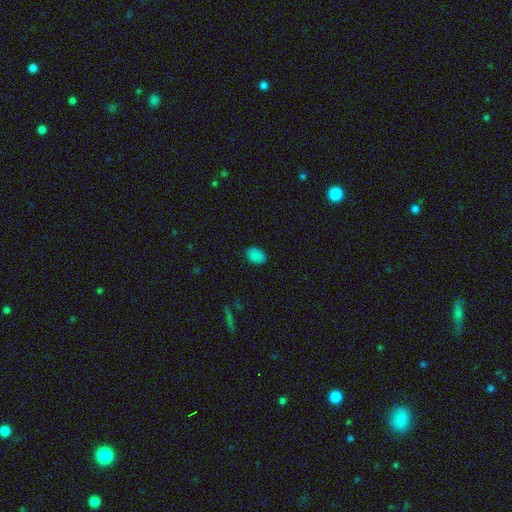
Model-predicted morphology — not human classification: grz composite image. It shows a smooth galaxy with no disk features (83%) that is in between round and cigar-shaped (82%). Merging: none (83%).